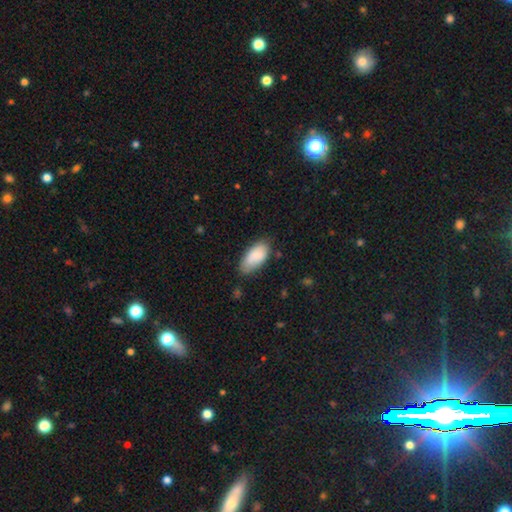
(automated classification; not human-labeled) Overall: smooth (86%). How rounded: in between (92%). Merging: none (70%).